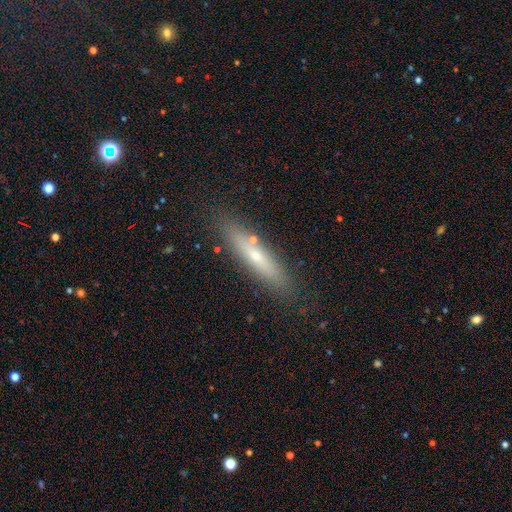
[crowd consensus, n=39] Smooth or featured: featured or disk — 56% (smooth — 38%)
Edge-on disk: yes — 77% (no — 23%)
Edge-on bulge: rounded — 59% (none — 41%)
Merging: none — 92% (minor disturbance — 3%)